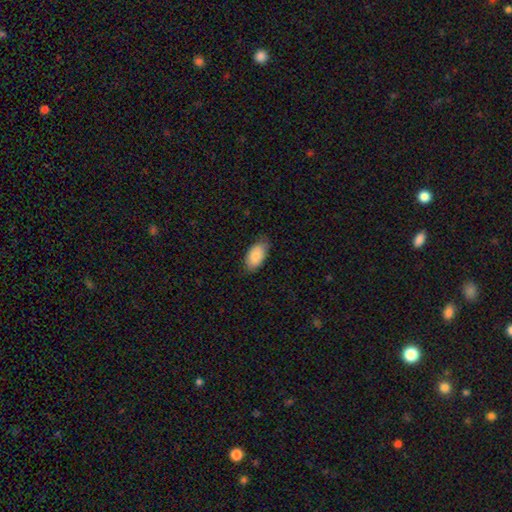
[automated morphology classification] This is clearly a smooth galaxy (87%). How rounded: clearly in between (94%). Merging: likely none (76%).